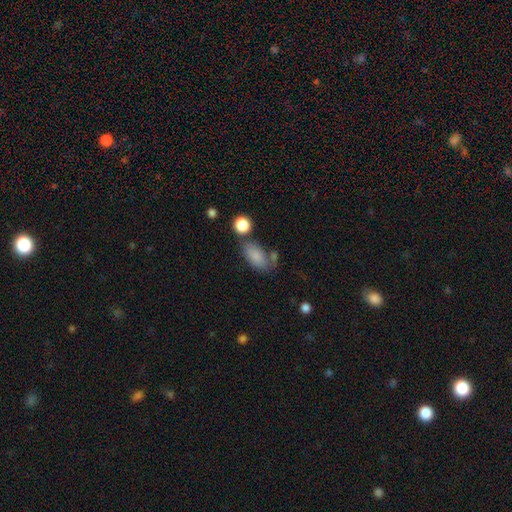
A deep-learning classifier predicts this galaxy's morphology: A smooth galaxy with no disk features (83%) that is in between round and cigar-shaped (90%). Merging: none (54%).